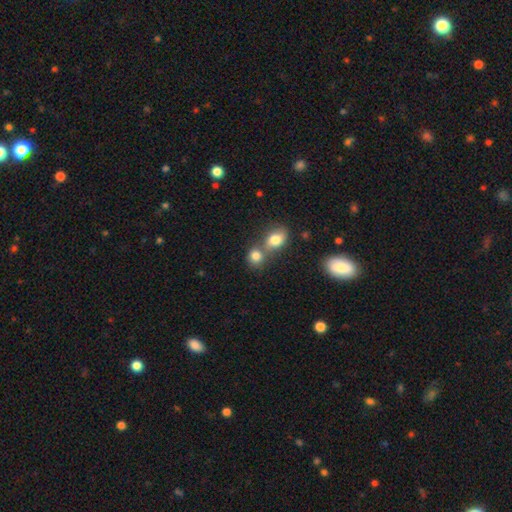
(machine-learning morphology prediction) A smooth galaxy with no disk features (81%) that is round (68%).

Vote fractions:
- Smooth or featured? smooth: 81% / star or artifact: 10% / featured or disk: 9%
- How rounded? round: 68% / in between: 31% / cigar-shaped: 1%
- Merging? merger: 52% / none: 38% / minor disturbance: 7% / major disturbance: 3%